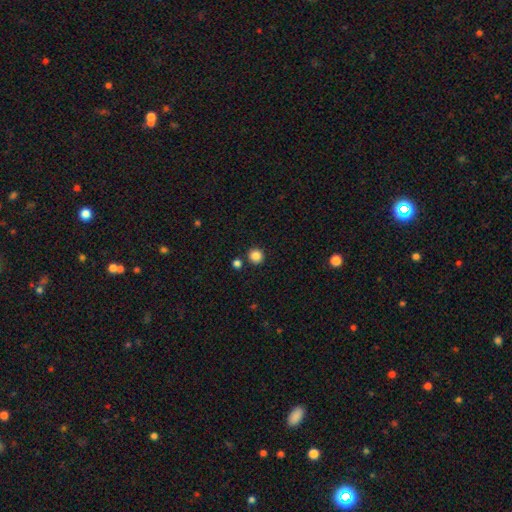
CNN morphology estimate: smooth-or-featured: smooth: 86% | star or artifact: 11% | featured or disk: 3%
  how-rounded: round: 95% | in between: 4% | cigar-shaped: 1%
  merging: none: 87% | minor disturbance: 5% | merger: 5% | major disturbance: 2%